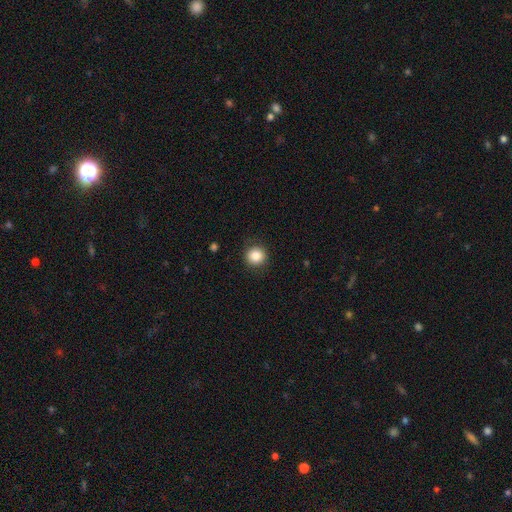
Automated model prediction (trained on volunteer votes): Smooth or featured?
  - smooth: 84% *
  - star or artifact: 10%
  - featured or disk: 6%
How rounded?
  - round: 92% *
  - in between: 7%
  - cigar-shaped: 1%
Merging?
  - none: 89% *
  - minor disturbance: 7%
  - major disturbance: 2%
  - merger: 1%